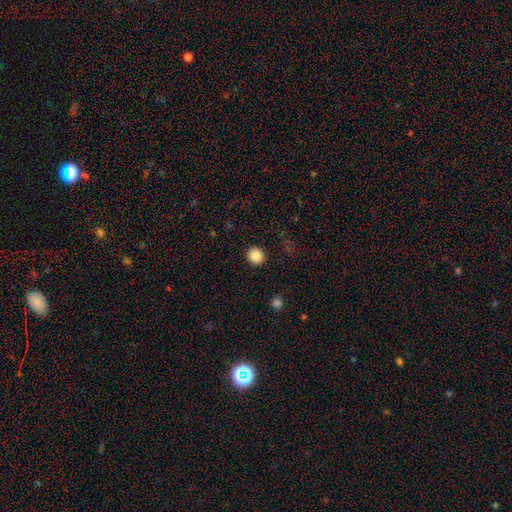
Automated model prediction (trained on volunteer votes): This appears to be a smooth galaxy with no disk features (87%) that is round (86%). Merging: none (91%).